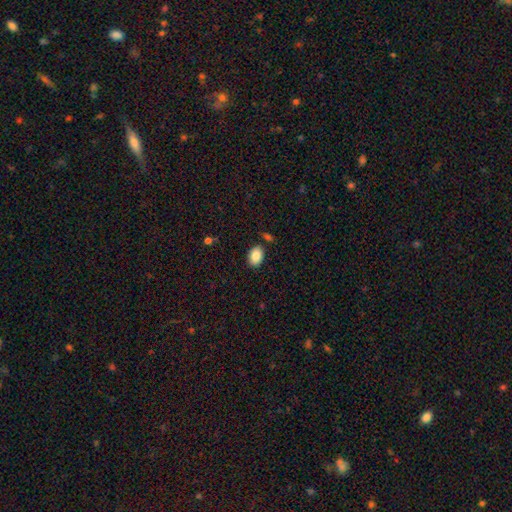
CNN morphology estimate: smooth_or_featured: smooth (p=0.86) [alt: star or artifact p=0.08]
how_rounded: in between (p=0.81) [alt: round p=0.18]
merging: none (p=0.84) [alt: minor disturbance p=0.10]